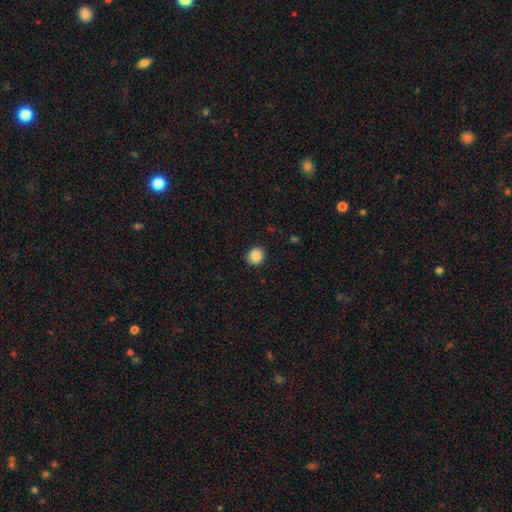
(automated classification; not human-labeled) A smooth galaxy with no disk features (87%) that is round (81%). Merging: none (90%).